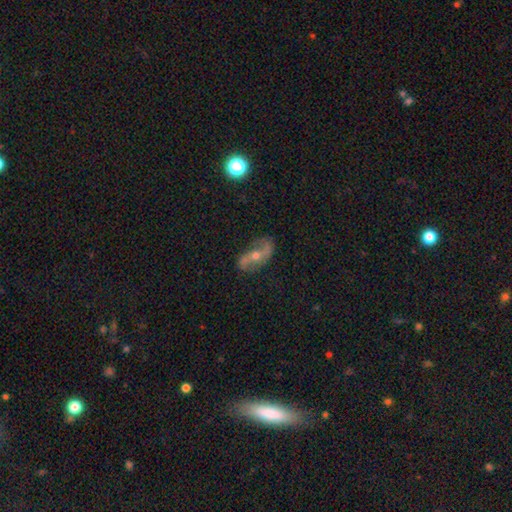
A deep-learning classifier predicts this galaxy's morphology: Smooth or featured?
  - featured or disk: 75% *
  - smooth: 16%
  - star or artifact: 9%
Edge-on disk?
  - no: 91% *
  - yes: 9%
Bar?
  - no: 49% *
  - weak: 29%
  - strong: 22%
Spiral arms?
  - yes: 86% *
  - no: 14%
Spiral winding?
  - loose: 64% *
  - medium: 26%
  - tight: 10%
Spiral arm count?
  - 2: 89% *
  - can't tell: 5%
  - 1: 3%
  - 3: 1%
  - 4: 1%
  - more than 4: 1%
Bulge size?
  - moderate: 52% *
  - small: 43%
  - large: 2%
  - none: 2%
  - dominant: 1%
Merging?
  - none: 71% *
  - minor disturbance: 18%
  - major disturbance: 8%
  - merger: 2%